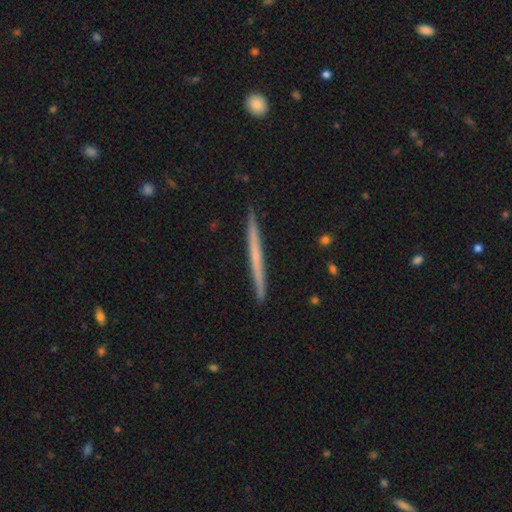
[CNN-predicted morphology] The model was most divided on "smooth or featured": featured or disk: 54%, smooth: 40%, star or artifact: 6%. More confident: edge-on disk — yes (98%); merging — none (92%); edge-on bulge — none (83%).